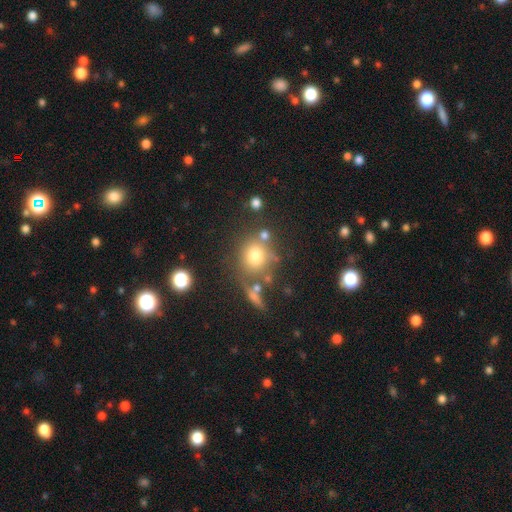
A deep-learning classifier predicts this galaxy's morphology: smooth_or_featured: smooth (p=0.72) [alt: star or artifact p=0.16]
how_rounded: round (p=0.82) [alt: in between p=0.17]
merging: none (p=0.65) [alt: merger p=0.15]